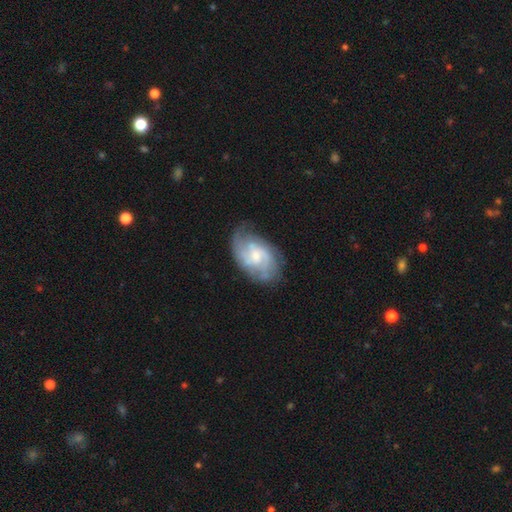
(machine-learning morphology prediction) featured or disk 78%, smooth 16%, star or artifact 6%. Down the decision tree: edge-on disk — no (97%); bar — no (50%); spiral arms — yes (93%); spiral arm count — 2 (38%); spiral winding — medium (43%); bulge size — small (48%); merging — none (68%).